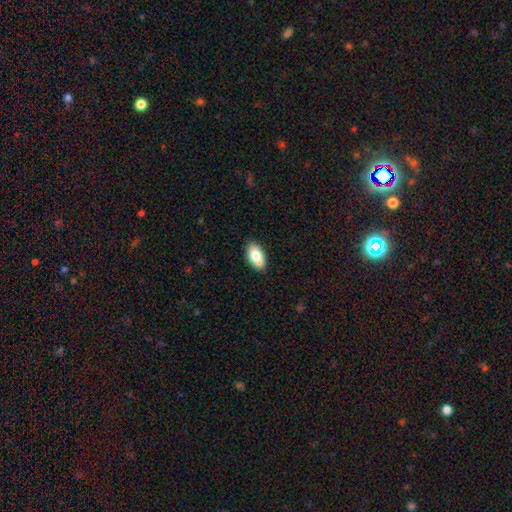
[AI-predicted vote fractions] A smooth galaxy with no disk features (77%) that is in between round and cigar-shaped (92%). Merging: none (72%).